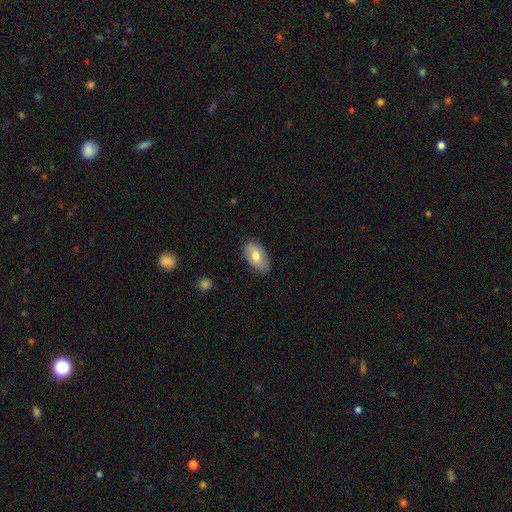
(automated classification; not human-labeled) This appears to be a smooth galaxy with no disk features (73%) that is in between round and cigar-shaped (94%). Merging: none (83%).